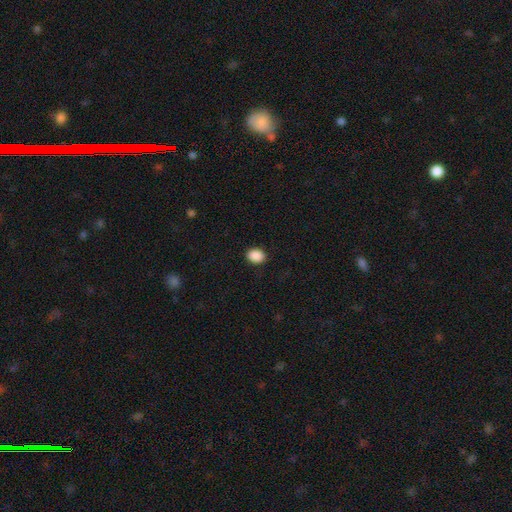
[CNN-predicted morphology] A smooth galaxy with no disk features (90%) that is in between round and cigar-shaped (54%).

Vote fractions:
- Smooth or featured? smooth: 90% / star or artifact: 8% / featured or disk: 2%
- How rounded? in between: 54% / round: 45% / cigar-shaped: 1%
- Merging? none: 90% / minor disturbance: 7% / major disturbance: 2% / merger: 1%